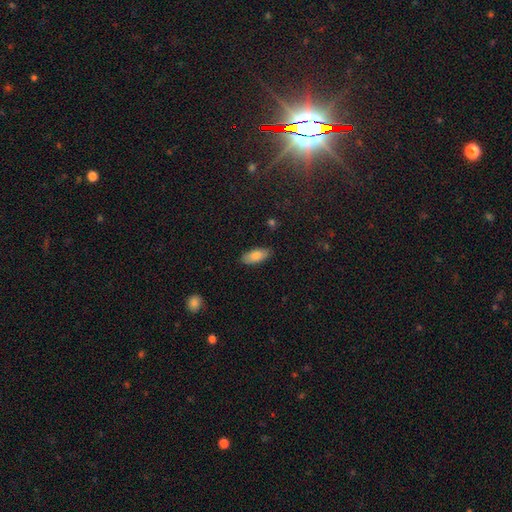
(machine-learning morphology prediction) Smooth or featured? Predicted: smooth (p=0.83). How rounded? Predicted: in between (p=0.87). Merging? Predicted: none (p=0.84).